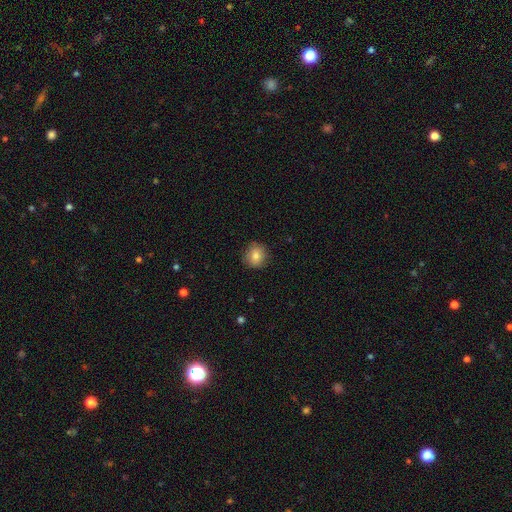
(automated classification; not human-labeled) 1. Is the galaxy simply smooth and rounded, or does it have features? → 81% smooth, 10% featured or disk, 9% star or artifact.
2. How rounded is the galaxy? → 85% round, 14% in between, 1% cigar-shaped.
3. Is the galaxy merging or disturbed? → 87% none, 10% minor disturbance, 2% major disturbance, 1% merger.